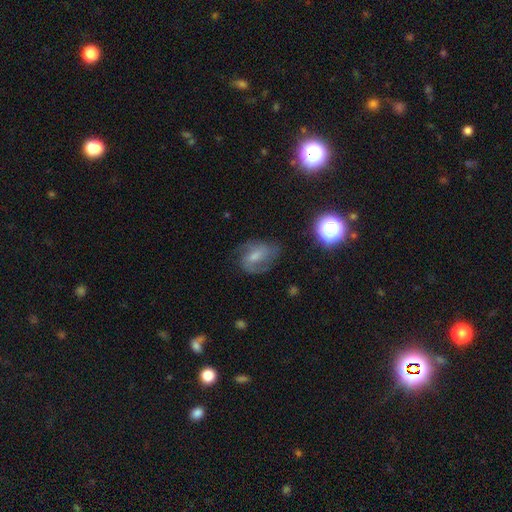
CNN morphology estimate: featured or disk 58%, smooth 31%, star or artifact 11%. Down the decision tree: edge-on disk — no (97%); bar — weak (48%); spiral arms — yes (85%); bulge size — moderate (42%); merging — none (59%).